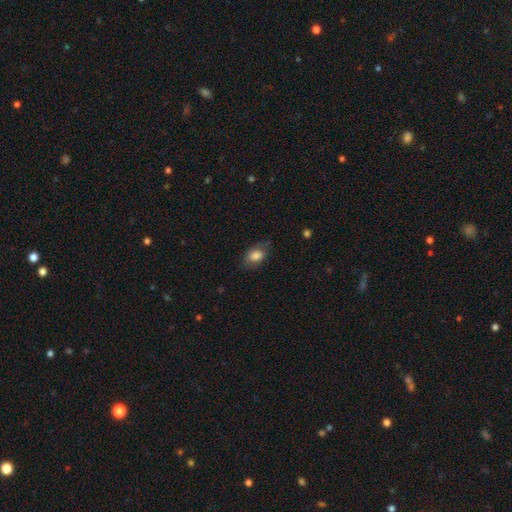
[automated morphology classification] smooth-or-featured: smooth: 79% | featured or disk: 13% | star or artifact: 8%
  how-rounded: in between: 83% | round: 15% | cigar-shaped: 2%
  merging: none: 66% | minor disturbance: 24% | major disturbance: 8% | merger: 1%